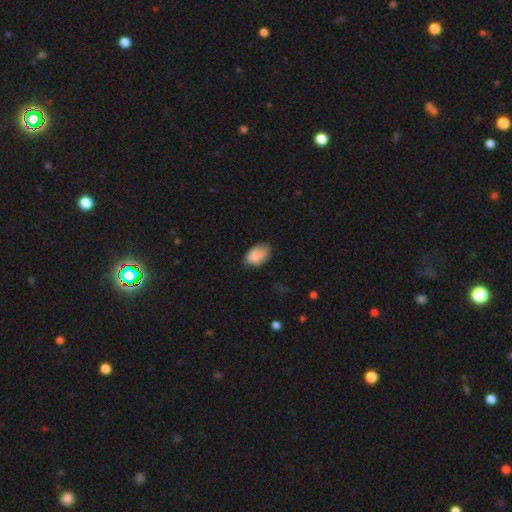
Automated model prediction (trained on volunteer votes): Q: Smooth or featured?
A: smooth (86%); runner-up: star or artifact (8%)
Q: How rounded?
A: in between (90%); runner-up: round (9%)
Q: Merging?
A: none (65%); runner-up: minor disturbance (28%)